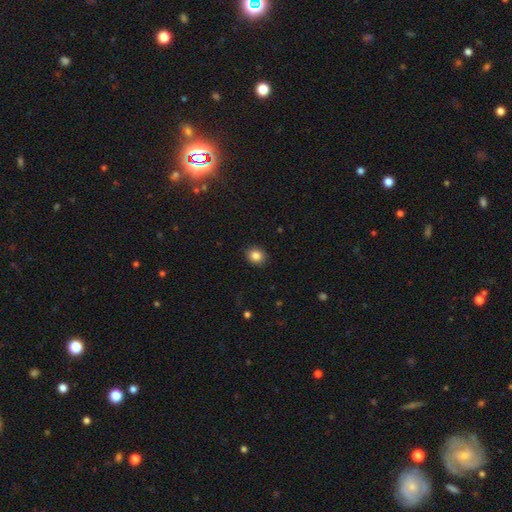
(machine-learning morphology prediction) smooth-or-featured: smooth: 85% | star or artifact: 10% | featured or disk: 5%
  how-rounded: round: 68% | in between: 31% | cigar-shaped: 1%
  merging: none: 90% | minor disturbance: 7% | major disturbance: 2% | merger: 1%